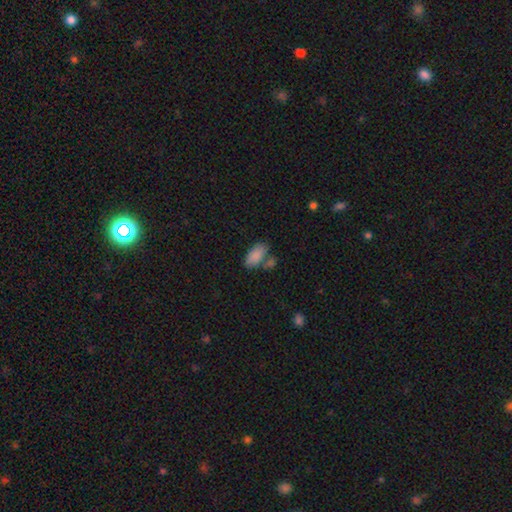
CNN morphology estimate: Smooth or featured?
  - smooth: 86% *
  - star or artifact: 7%
  - featured or disk: 7%
How rounded?
  - in between: 93% *
  - cigar-shaped: 4%
  - round: 3%
Merging?
  - none: 52% *
  - merger: 27%
  - minor disturbance: 16%
  - major disturbance: 5%